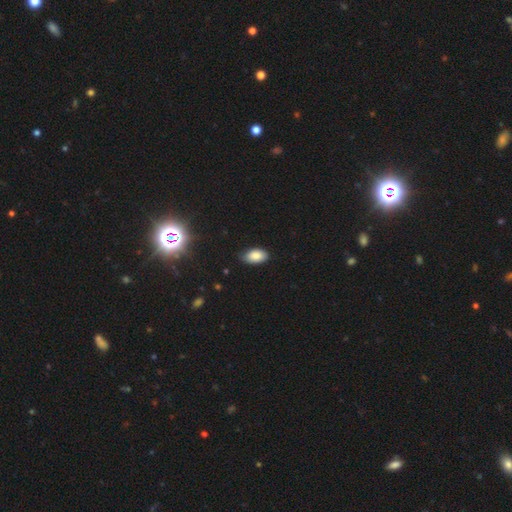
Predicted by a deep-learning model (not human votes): Smooth or featured: smooth — 86% (star or artifact — 8%)
How rounded: in between — 94% (round — 4%)
Merging: none — 78% (minor disturbance — 19%)